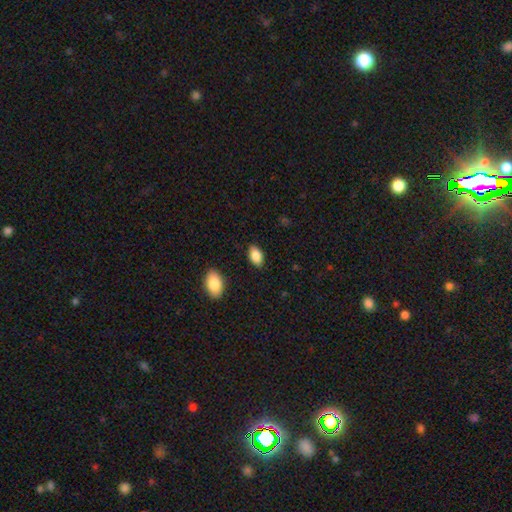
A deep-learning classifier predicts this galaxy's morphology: Smooth or featured? Predicted: smooth (p=0.86). How rounded? Predicted: in between (p=0.93). Merging? Predicted: none (p=0.87).